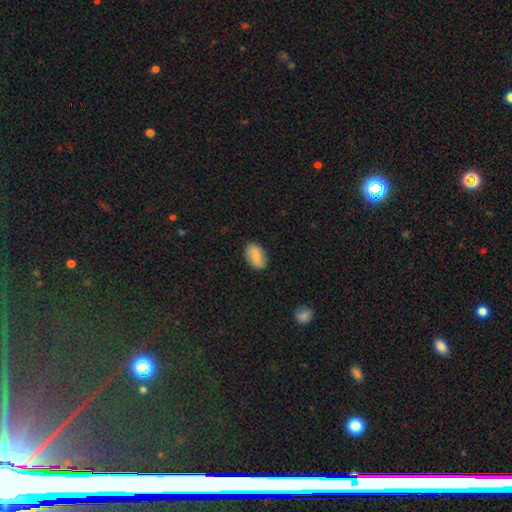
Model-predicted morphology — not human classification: smooth-or-featured: smooth: 75% | featured or disk: 17% | star or artifact: 7%
  how-rounded: in between: 89% | round: 9% | cigar-shaped: 2%
  merging: none: 82% | minor disturbance: 14% | major disturbance: 3% | merger: 1%